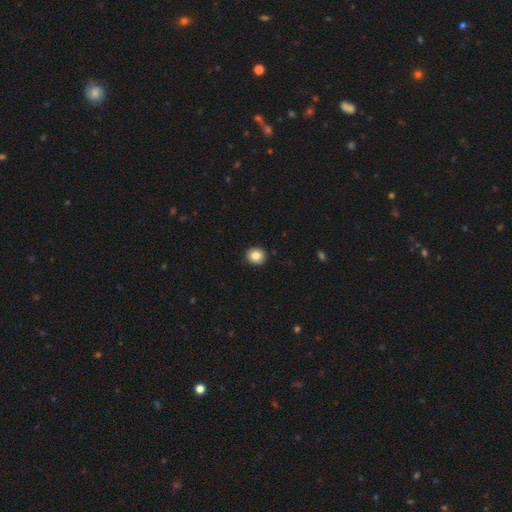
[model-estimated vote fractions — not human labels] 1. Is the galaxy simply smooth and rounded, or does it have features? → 85% smooth, 9% star or artifact, 6% featured or disk.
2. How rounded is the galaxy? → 85% round, 14% in between, 1% cigar-shaped.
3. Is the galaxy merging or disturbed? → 92% none, 5% minor disturbance, 1% major disturbance, 1% merger.